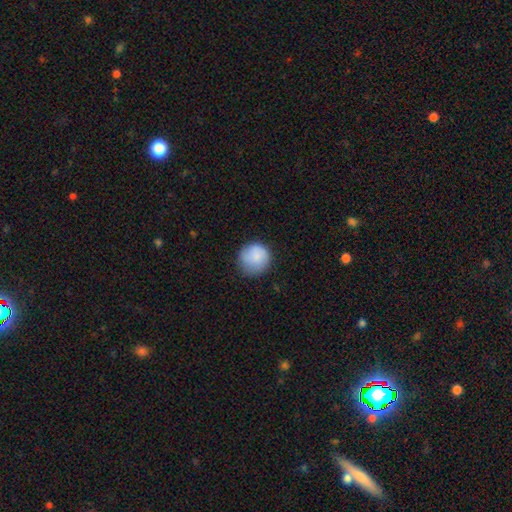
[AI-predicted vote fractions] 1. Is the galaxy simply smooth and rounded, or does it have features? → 86% smooth, 7% featured or disk, 7% star or artifact.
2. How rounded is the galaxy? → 92% round, 7% in between, 1% cigar-shaped.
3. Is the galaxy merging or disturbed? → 77% none, 18% minor disturbance, 5% major disturbance, 1% merger.